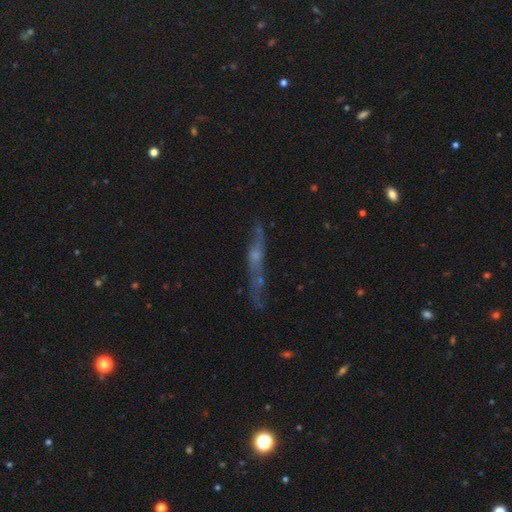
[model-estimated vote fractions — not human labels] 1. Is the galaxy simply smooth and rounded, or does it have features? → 58% featured or disk, 25% smooth, 17% star or artifact.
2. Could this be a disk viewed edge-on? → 71% yes, 29% no.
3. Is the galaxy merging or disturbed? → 62% none, 20% minor disturbance, 12% major disturbance, 6% merger.